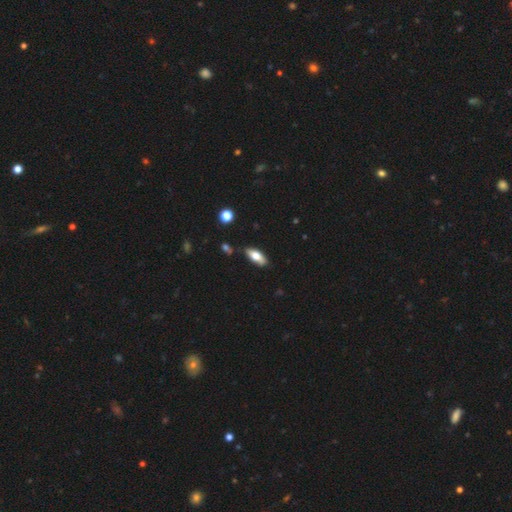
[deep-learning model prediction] Smooth or featured: smooth — 69% (featured or disk — 25%)
How rounded: in between — 77% (cigar-shaped — 20%)
Merging: none — 81% (minor disturbance — 13%)